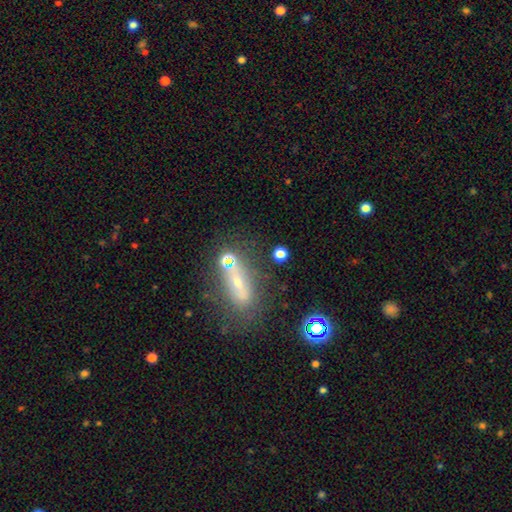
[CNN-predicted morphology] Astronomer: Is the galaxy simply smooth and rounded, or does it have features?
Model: smooth — 42% (runner-up: featured or disk, 38%).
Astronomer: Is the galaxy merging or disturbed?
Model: none — 47% (runner-up: merger, 29%).